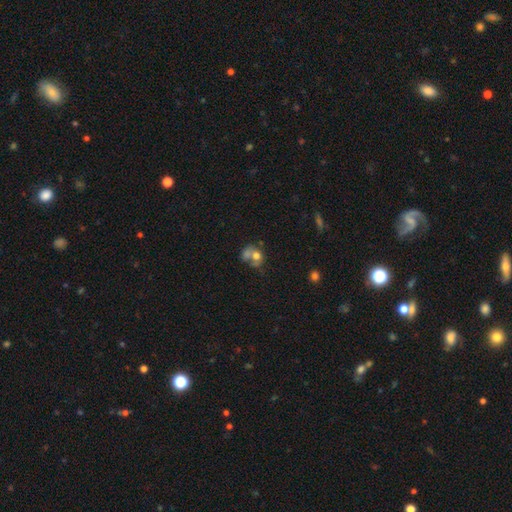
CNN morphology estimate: type=smooth (62%); roundness=round (59%); merging=merger (54%).